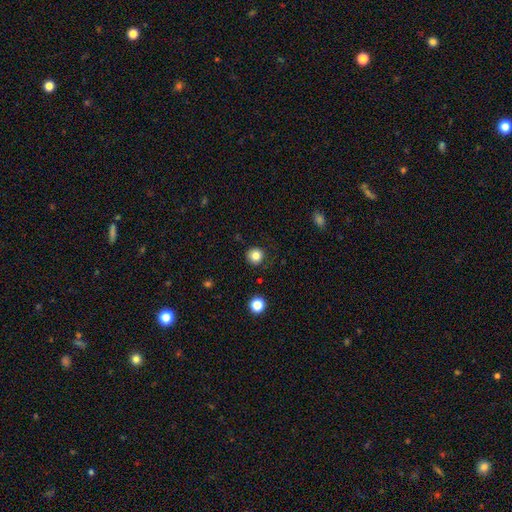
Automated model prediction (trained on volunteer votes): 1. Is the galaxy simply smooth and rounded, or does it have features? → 82% smooth, 12% star or artifact, 6% featured or disk.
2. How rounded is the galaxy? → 93% round, 6% in between, 1% cigar-shaped.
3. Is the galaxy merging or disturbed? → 88% none, 8% minor disturbance, 2% major disturbance, 1% merger.